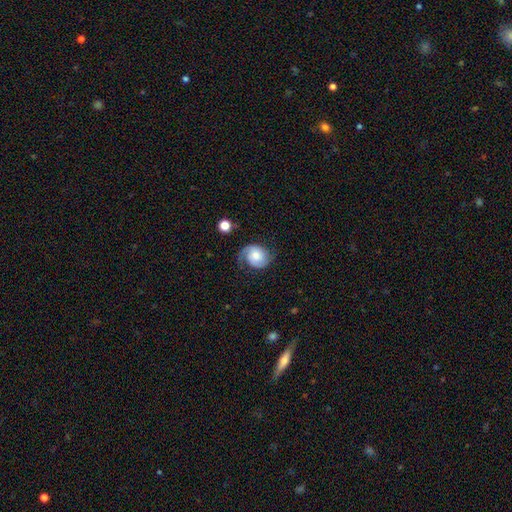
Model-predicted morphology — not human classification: smooth_or_featured: featured or disk (p=0.69) [alt: smooth p=0.23]
disk_edge_on: no (p=0.98) [alt: yes p=0.02]
bar: no (p=0.72) [alt: weak p=0.24]
has_spiral_arms: yes (p=0.95) [alt: no p=0.05]
spiral_winding: medium (p=0.40) [alt: tight p=0.37]
spiral_arm_count: 2 (p=0.68) [alt: 1 p=0.23]
bulge_size: moderate (p=0.45) [alt: small p=0.25]
merging: none (p=0.60) [alt: minor disturbance p=0.23]